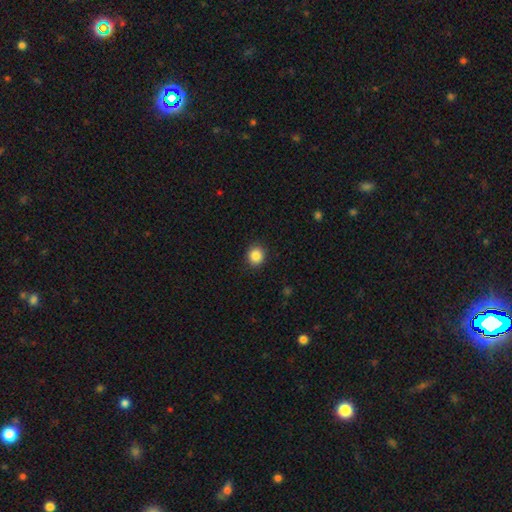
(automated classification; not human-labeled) Smooth or featured? Predicted: smooth (p=0.87). How rounded? Predicted: round (p=0.84). Merging? Predicted: none (p=0.90).